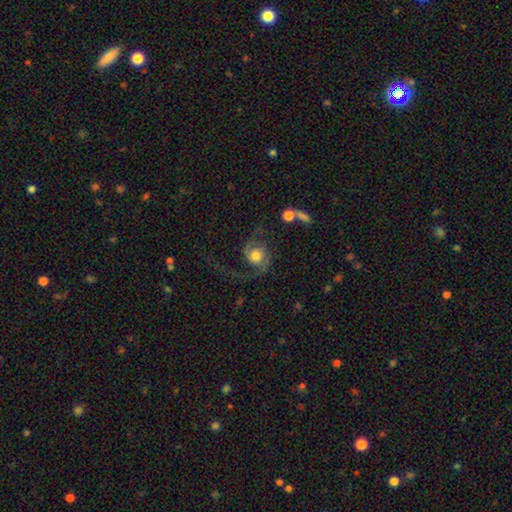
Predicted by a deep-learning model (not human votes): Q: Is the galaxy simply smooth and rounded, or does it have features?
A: featured or disk — 76%.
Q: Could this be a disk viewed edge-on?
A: no — 98%.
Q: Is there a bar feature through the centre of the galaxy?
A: no — 74%.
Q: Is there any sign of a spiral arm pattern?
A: yes — 95%.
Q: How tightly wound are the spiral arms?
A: loose — 49%.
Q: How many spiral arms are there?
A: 2 — 81%.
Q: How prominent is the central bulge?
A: moderate — 54%.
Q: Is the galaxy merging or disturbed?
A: none — 49%.